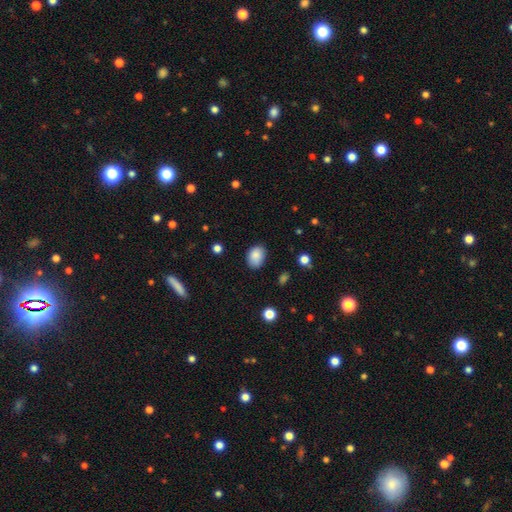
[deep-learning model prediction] Smooth or featured? Predicted: smooth (p=0.87). How rounded? Predicted: in between (p=0.77). Merging? Predicted: none (p=0.78).